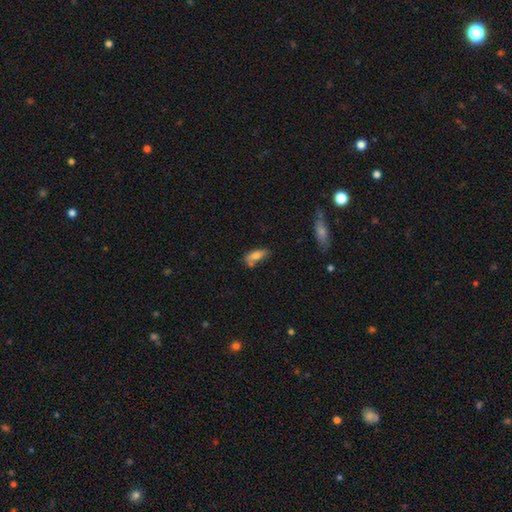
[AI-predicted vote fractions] smooth-or-featured: smooth: 71% | featured or disk: 22% | star or artifact: 8%
  how-rounded: in between: 64% | cigar-shaped: 33% | round: 3%
  merging: none: 56% | minor disturbance: 22% | merger: 16% | major disturbance: 6%